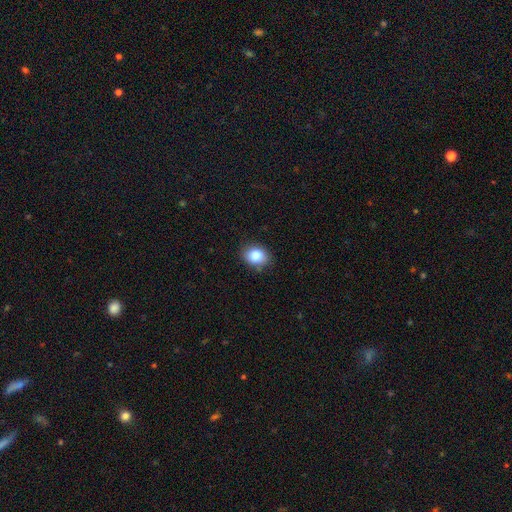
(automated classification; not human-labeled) Overall: smooth (85%). How rounded: in between (59%; round 40%). Merging: none (81%).